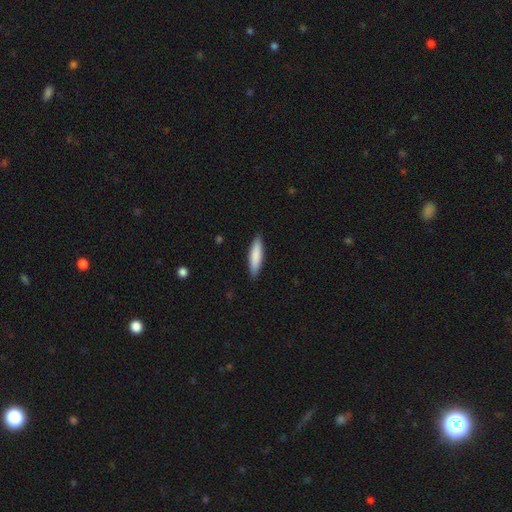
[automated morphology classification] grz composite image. It shows a smooth galaxy with no disk features (84%) that is cigar-shaped (75%). Merging: none (89%).